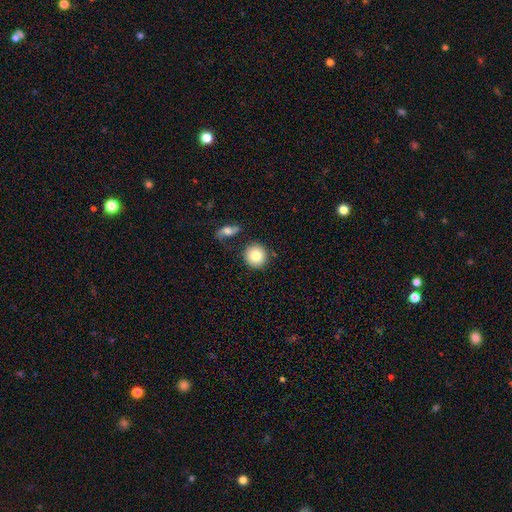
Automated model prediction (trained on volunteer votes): This appears to be a smooth galaxy with no disk features (81%) that is round (93%). Merging: none (82%).